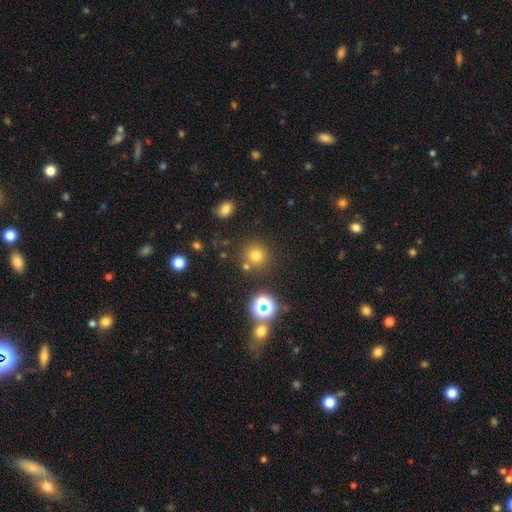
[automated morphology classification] Smooth or featured?
  - smooth: 71% *
  - star or artifact: 21%
  - featured or disk: 8%
How rounded?
  - round: 93% *
  - in between: 6%
  - cigar-shaped: 1%
Merging?
  - none: 81% *
  - merger: 8%
  - minor disturbance: 8%
  - major disturbance: 3%